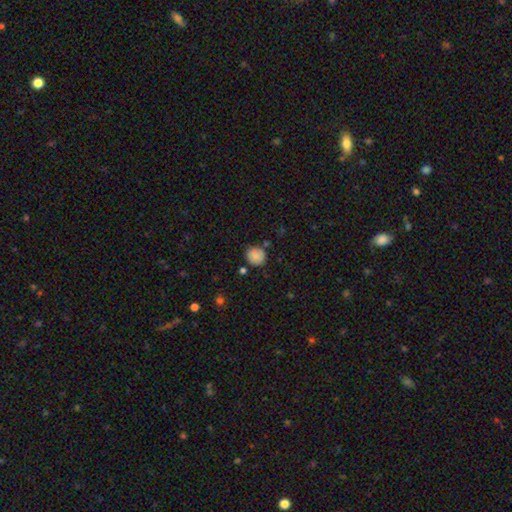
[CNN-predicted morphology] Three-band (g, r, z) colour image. It shows a smooth galaxy with no disk features (84%) that is round (84%). Merging: none (77%).